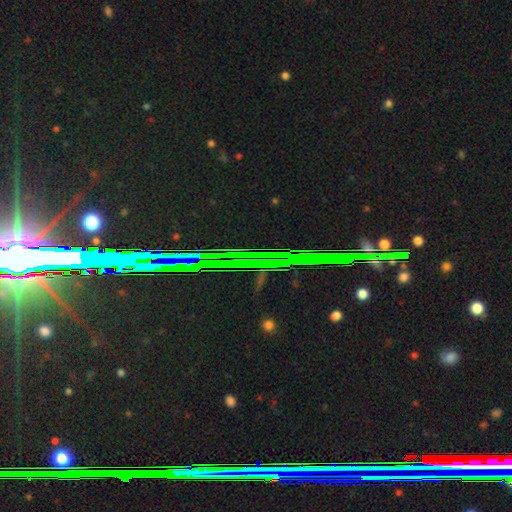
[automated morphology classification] The model was most divided on "smooth or featured": star or artifact: 86%, featured or disk: 7%, smooth: 6%.